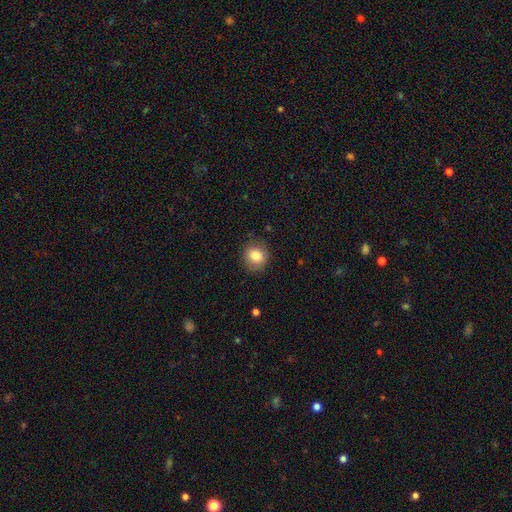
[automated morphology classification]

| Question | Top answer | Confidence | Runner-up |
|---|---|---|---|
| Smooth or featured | smooth | 83% | star or artifact (10%) |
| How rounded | round | 82% | in between (17%) |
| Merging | none | 85% | minor disturbance (11%) |